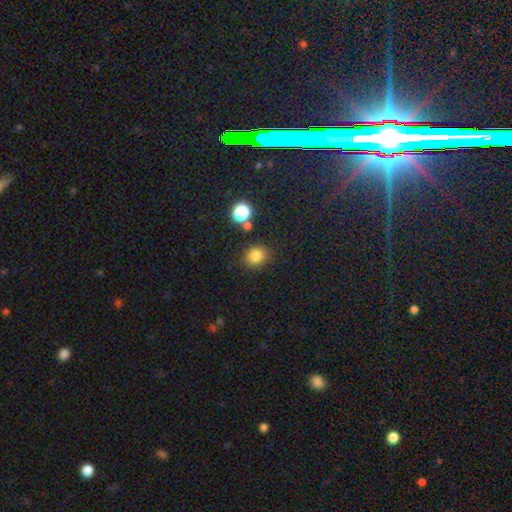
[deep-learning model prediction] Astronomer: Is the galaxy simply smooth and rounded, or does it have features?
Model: smooth — 80%.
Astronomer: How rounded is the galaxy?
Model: round — 69%.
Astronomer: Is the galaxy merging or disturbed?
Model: none — 81%.